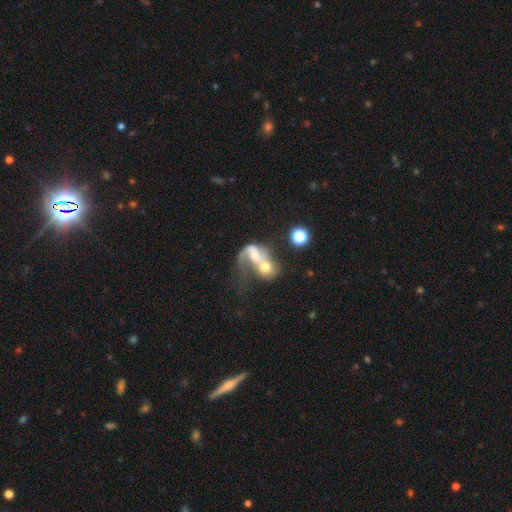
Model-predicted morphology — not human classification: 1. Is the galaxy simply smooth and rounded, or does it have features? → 58% featured or disk, 33% smooth, 10% star or artifact.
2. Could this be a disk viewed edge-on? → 96% no, 4% yes.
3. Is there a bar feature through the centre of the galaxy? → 57% no, 30% weak, 13% strong.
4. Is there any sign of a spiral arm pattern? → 72% yes, 28% no.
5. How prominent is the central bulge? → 44% moderate, 23% small, 16% large, 13% none, 3% dominant.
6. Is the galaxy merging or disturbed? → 75% merger, 12% major disturbance, 8% none, 5% minor disturbance.